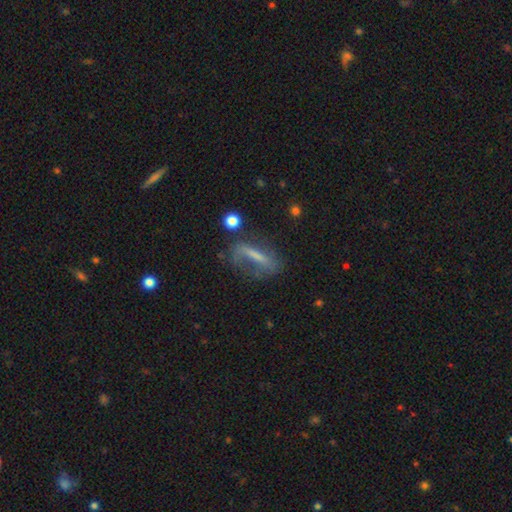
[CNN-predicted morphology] Smooth or featured? featured or disk (45%)
Merging? none (48%)